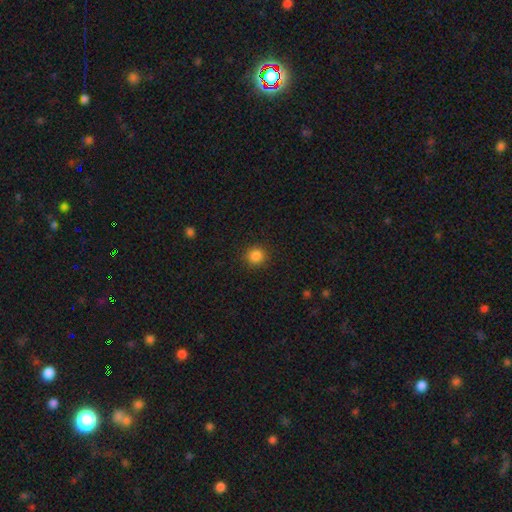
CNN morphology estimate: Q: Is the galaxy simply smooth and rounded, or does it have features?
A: smooth — 85%.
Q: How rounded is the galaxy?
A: round — 92%.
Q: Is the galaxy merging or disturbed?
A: none — 90%.